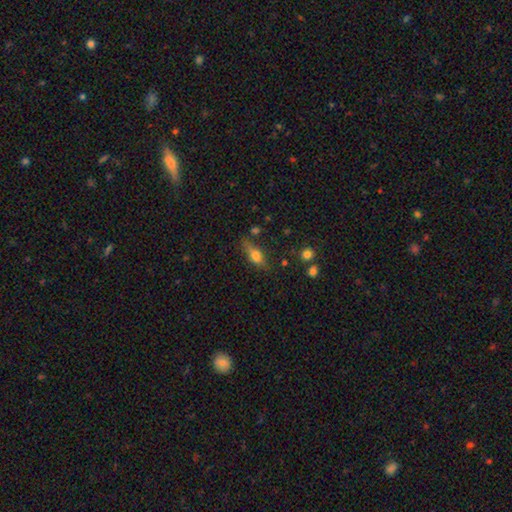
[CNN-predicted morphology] Q: Smooth or featured?
A: smooth (53%); runner-up: featured or disk (38%)
Q: How rounded?
A: in between (55%); runner-up: cigar-shaped (38%)
Q: Merging?
A: none (70%); runner-up: minor disturbance (19%)